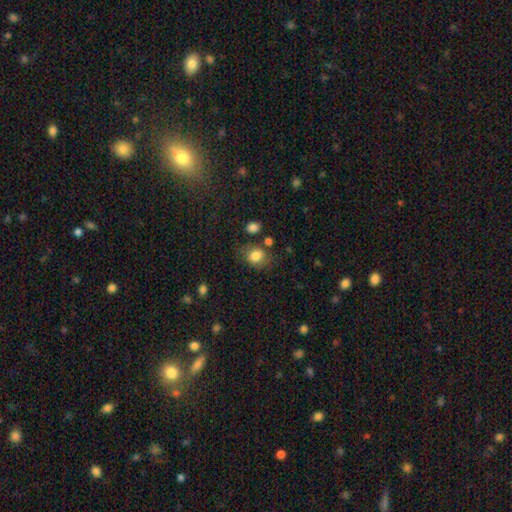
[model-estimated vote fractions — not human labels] Smooth or featured: smooth — 81% (star or artifact — 10%)
How rounded: round — 50% (in between — 49%)
Merging: none — 65% (minor disturbance — 20%)